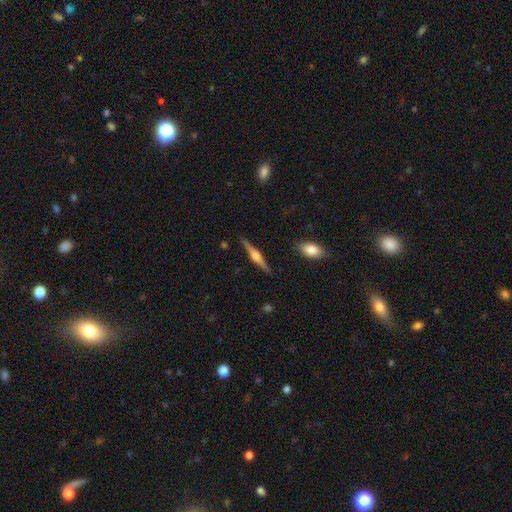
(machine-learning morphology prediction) Q: Smooth or featured?
A: featured or disk (81%); runner-up: smooth (14%)
Q: Edge-on disk?
A: yes (98%); runner-up: no (2%)
Q: Edge-on bulge?
A: rounded (89%); runner-up: boxy (9%)
Q: Merging?
A: none (91%); runner-up: minor disturbance (7%)